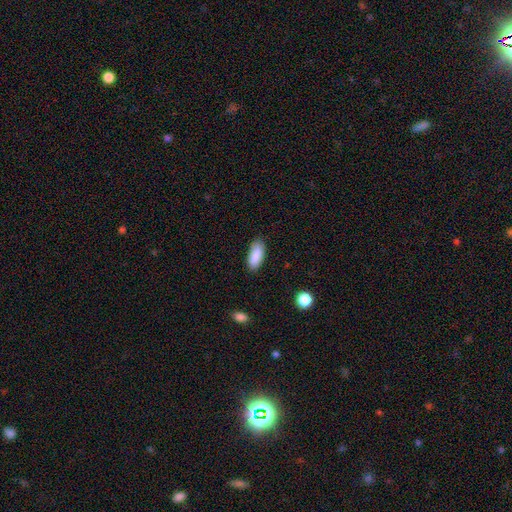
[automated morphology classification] Overall: smooth (89%). How rounded: in between (81%). Merging: none (84%).